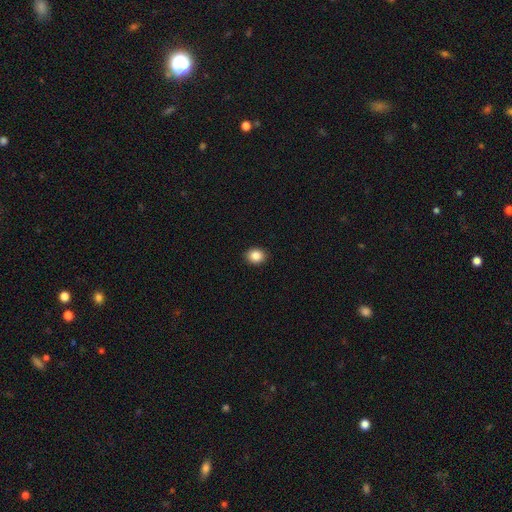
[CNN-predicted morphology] Overall: smooth (86%). How rounded: round (61%; in between 38%). Merging: none (91%).